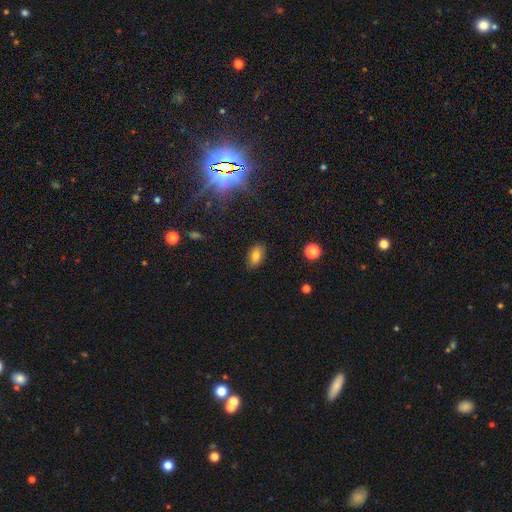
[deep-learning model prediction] This is likely a smooth galaxy (78%). How rounded: clearly in between (88%). Merging: clearly none (84%).